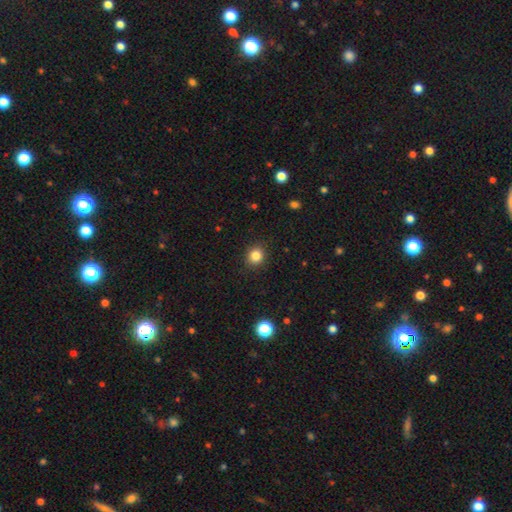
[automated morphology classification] Smooth or featured? smooth (84%)
How rounded? round (82%)
Merging? none (89%)